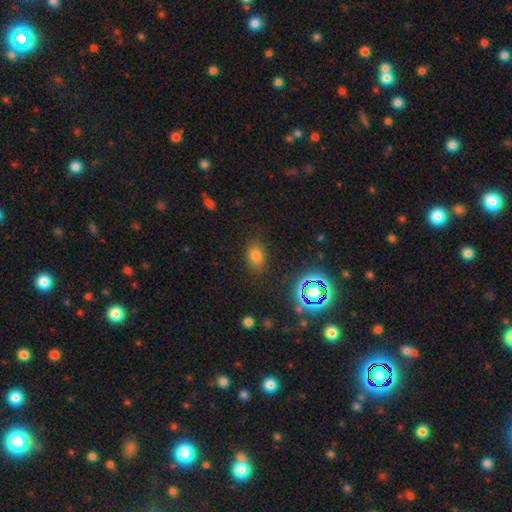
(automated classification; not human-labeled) A smooth galaxy with no disk features (72%) that is in between round and cigar-shaped (76%).

Vote fractions:
- Smooth or featured? smooth: 72% / star or artifact: 19% / featured or disk: 9%
- How rounded? in between: 76% / round: 23% / cigar-shaped: 2%
- Merging? none: 81% / minor disturbance: 13% / major disturbance: 4% / merger: 2%